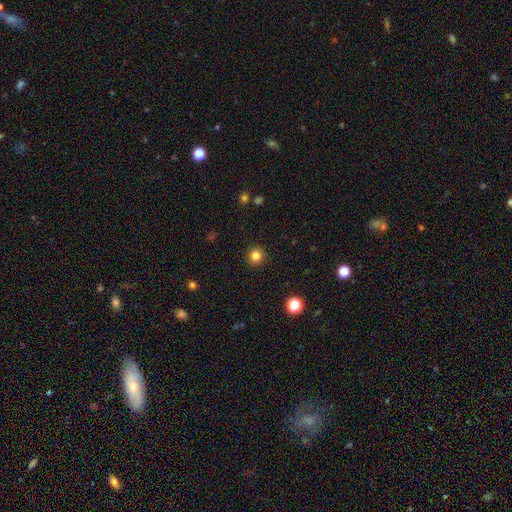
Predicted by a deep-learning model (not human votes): A smooth galaxy with no disk features (82%) that is round (94%). Merging: none (92%).